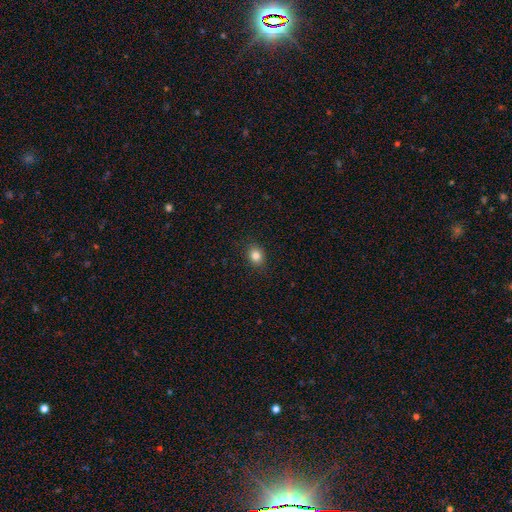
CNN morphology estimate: A smooth galaxy with no disk features (83%) that is round (56%).

Vote fractions:
- Smooth or featured? smooth: 83% / star or artifact: 11% / featured or disk: 6%
- How rounded? round: 56% / in between: 43% / cigar-shaped: 1%
- Merging? none: 88% / minor disturbance: 8% / major disturbance: 2% / merger: 1%